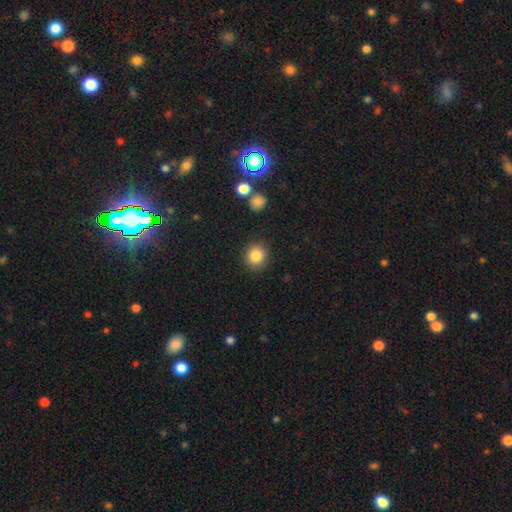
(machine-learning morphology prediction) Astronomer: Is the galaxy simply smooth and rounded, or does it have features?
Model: smooth — 85%.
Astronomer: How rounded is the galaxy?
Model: round — 90%.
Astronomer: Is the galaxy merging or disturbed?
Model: none — 89%.